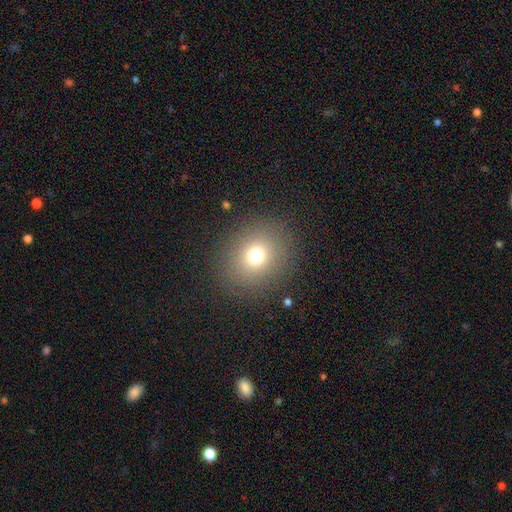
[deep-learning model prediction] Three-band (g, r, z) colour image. It shows a smooth galaxy with no disk features (72%) that is round (70%). Merging: none (86%).